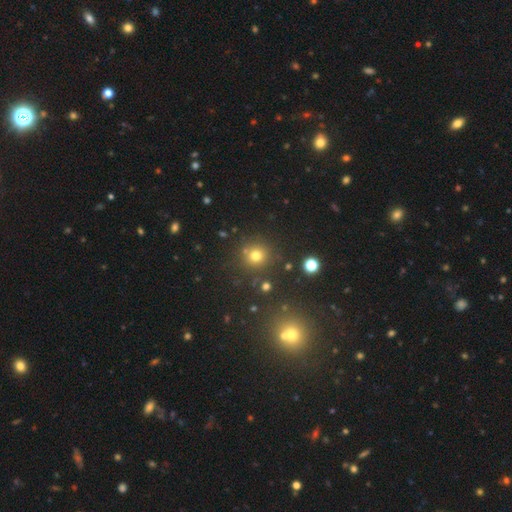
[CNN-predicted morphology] This is likely a smooth galaxy (73%). How rounded: clearly round (92%). Merging: clearly none (81%).